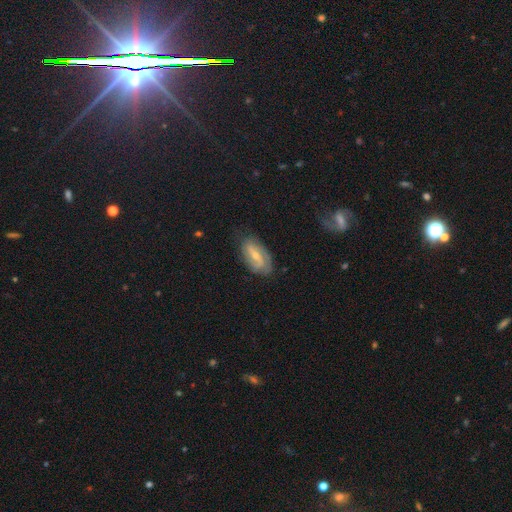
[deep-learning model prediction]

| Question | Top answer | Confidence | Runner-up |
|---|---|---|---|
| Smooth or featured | featured or disk | 67% | smooth (27%) |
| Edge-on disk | no | 92% | yes (8%) |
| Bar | weak | 45% | strong (33%) |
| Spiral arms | yes | 83% | no (17%) |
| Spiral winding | medium | 39% | tight (35%) |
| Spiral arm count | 2 | 68% | can't tell (19%) |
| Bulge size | small | 53% | moderate (42%) |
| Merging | none | 74% | minor disturbance (19%) |